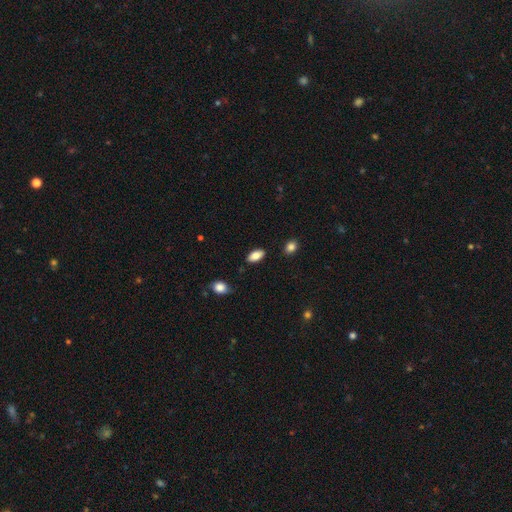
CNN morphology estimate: type=smooth (85%); roundness=in between (92%); merging=none (87%).